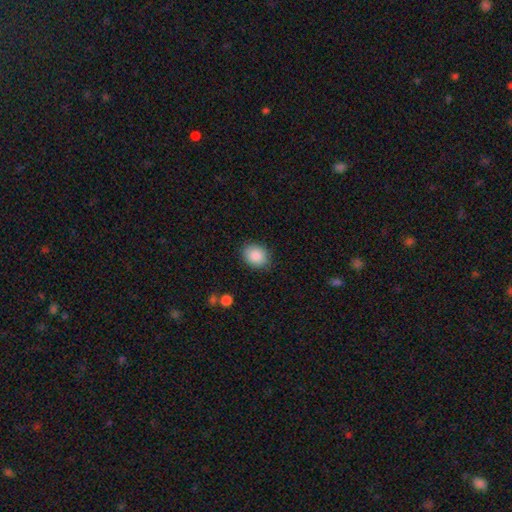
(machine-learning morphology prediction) This is clearly a smooth galaxy (88%). How rounded: possibly in between (56%). Merging: clearly none (85%).